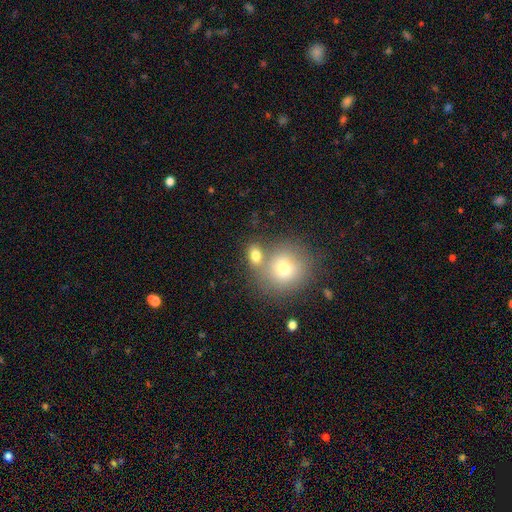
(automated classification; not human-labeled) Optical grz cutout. It shows a smooth galaxy with no disk features (76%) that is round (52%). Merging: none (49%).